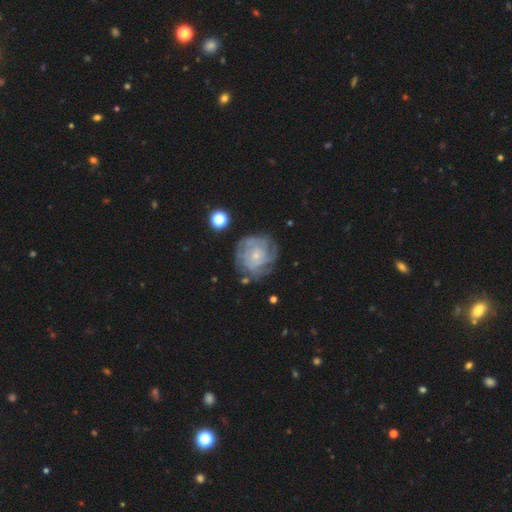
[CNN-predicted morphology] featured or disk 78%, smooth 14%, star or artifact 7%. Down the decision tree: edge-on disk — no (98%); bar — no (77%); spiral arms — yes (90%); spiral arm count — can't tell (44%); spiral winding — tight (68%); bulge size — small (73%); merging — none (70%).